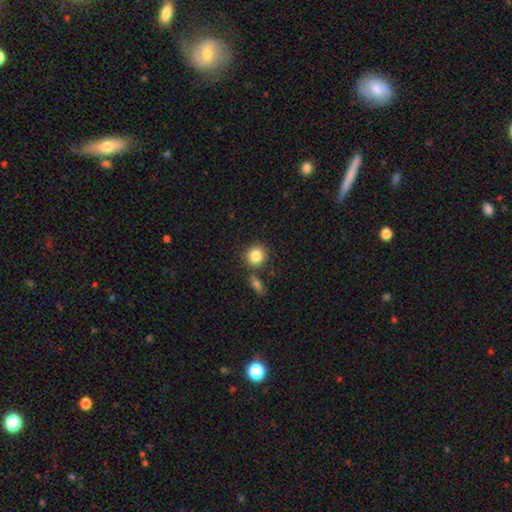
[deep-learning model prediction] smooth-or-featured: smooth: 85% | star or artifact: 8% | featured or disk: 7%
  how-rounded: round: 85% | in between: 13% | cigar-shaped: 1%
  merging: none: 73% | merger: 14% | minor disturbance: 10% | major disturbance: 3%